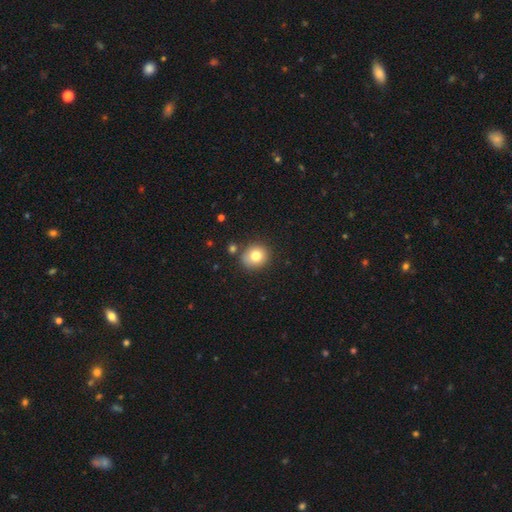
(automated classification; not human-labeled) This is likely a smooth galaxy (79%). How rounded: likely round (77%). Merging: likely none (80%).